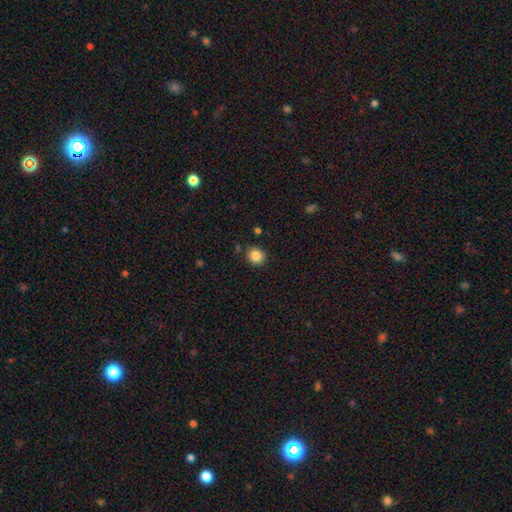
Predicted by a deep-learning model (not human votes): smooth_or_featured: smooth (p=0.85) [alt: star or artifact p=0.11]
how_rounded: round (p=0.88) [alt: in between p=0.11]
merging: none (p=0.87) [alt: minor disturbance p=0.08]